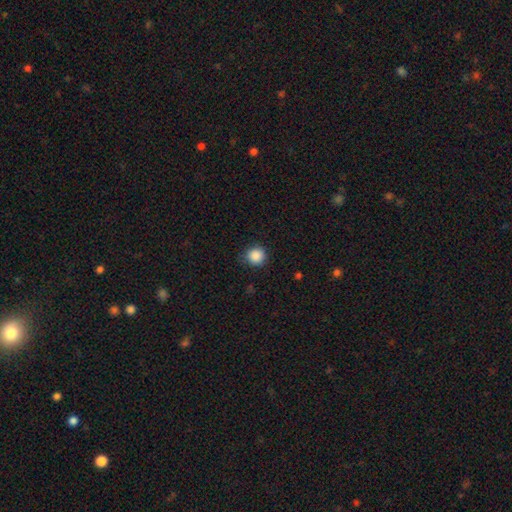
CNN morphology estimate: Smooth or featured? Predicted: smooth (p=0.87). How rounded? Predicted: round (p=0.92). Merging? Predicted: none (p=0.84).